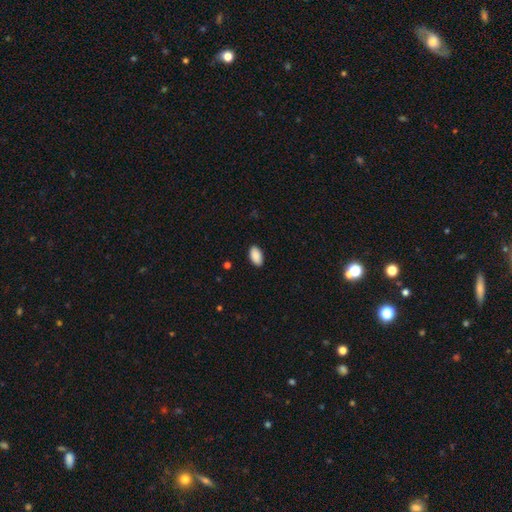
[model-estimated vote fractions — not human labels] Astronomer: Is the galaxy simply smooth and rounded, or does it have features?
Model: smooth — 90%.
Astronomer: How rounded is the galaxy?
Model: in between — 95%.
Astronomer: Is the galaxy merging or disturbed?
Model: none — 89%.